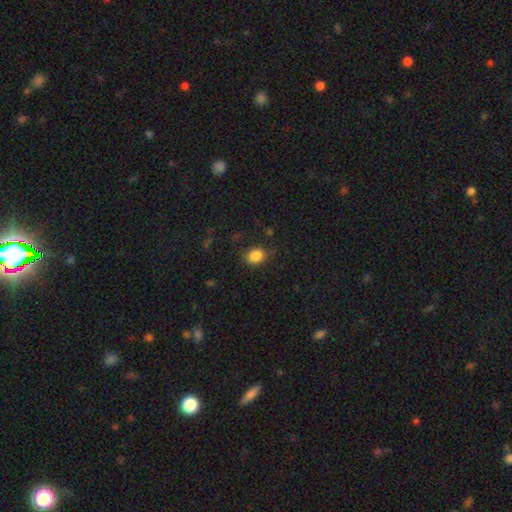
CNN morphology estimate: smooth_or_featured: smooth (p=0.86) [alt: star or artifact p=0.10]
how_rounded: in between (p=0.50) [alt: round p=0.49]
merging: none (p=0.80) [alt: minor disturbance p=0.14]